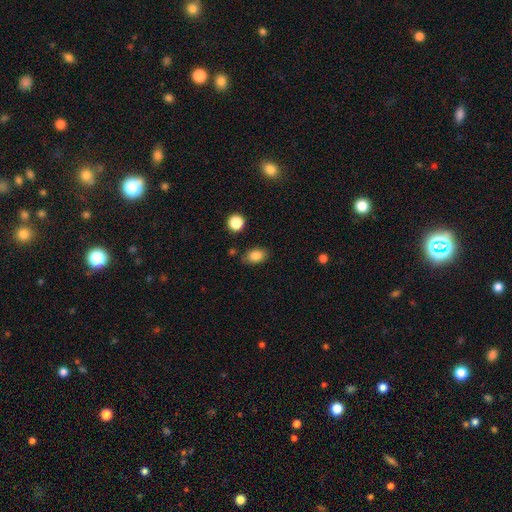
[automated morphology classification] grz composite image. It shows a smooth galaxy with no disk features (85%) that is in between round and cigar-shaped (80%). Merging: none (80%).